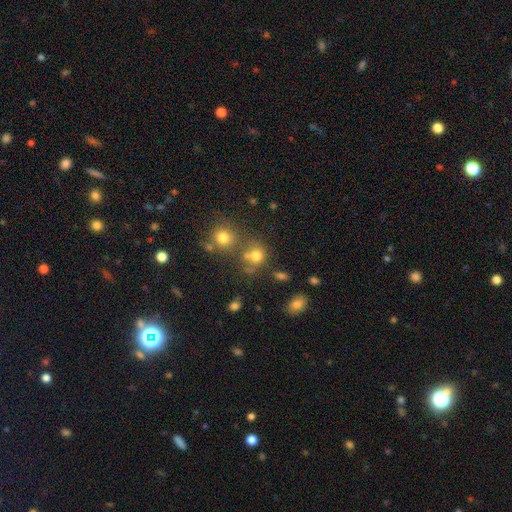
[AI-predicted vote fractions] Smooth or featured: smooth — 73% (star or artifact — 16%)
How rounded: round — 75% (in between — 24%)
Merging: none — 51% (merger — 29%)